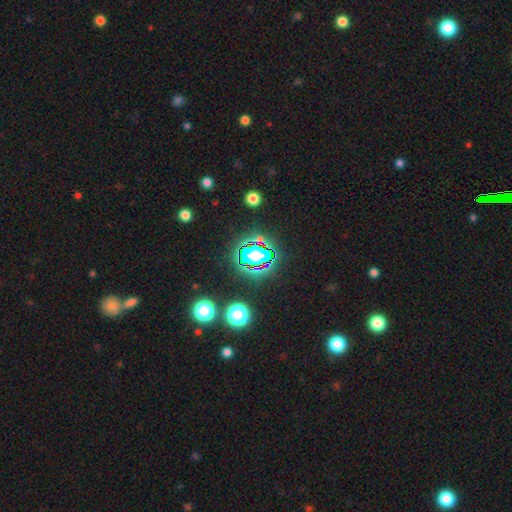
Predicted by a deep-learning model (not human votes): This appears to be a star or artifact, not a galaxy (65%).